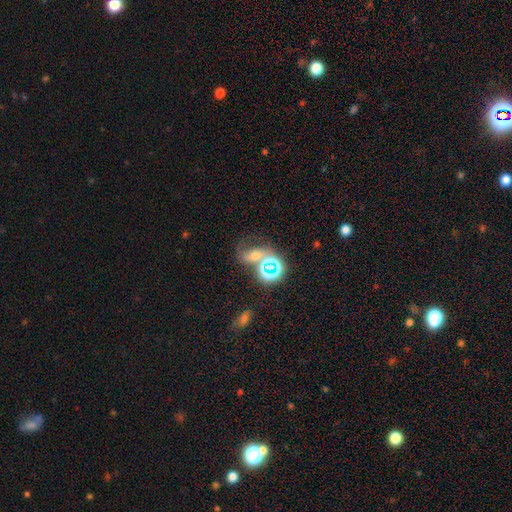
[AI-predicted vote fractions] Smooth or featured? smooth (38%)
Merging? none (41%)